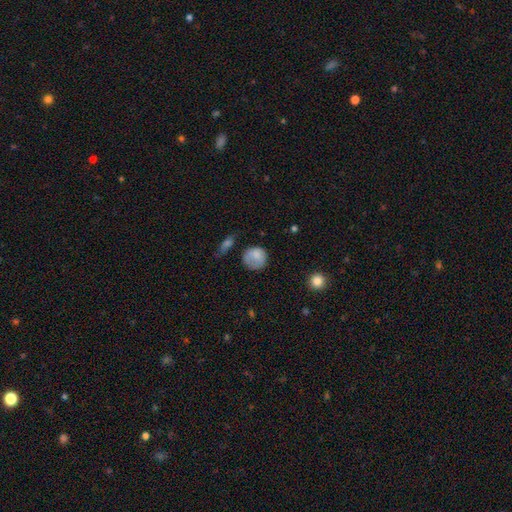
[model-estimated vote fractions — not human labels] smooth_or_featured: smooth (p=0.79) [alt: featured or disk p=0.12]
how_rounded: round (p=0.85) [alt: in between p=0.14]
merging: none (p=0.56) [alt: minor disturbance p=0.28]